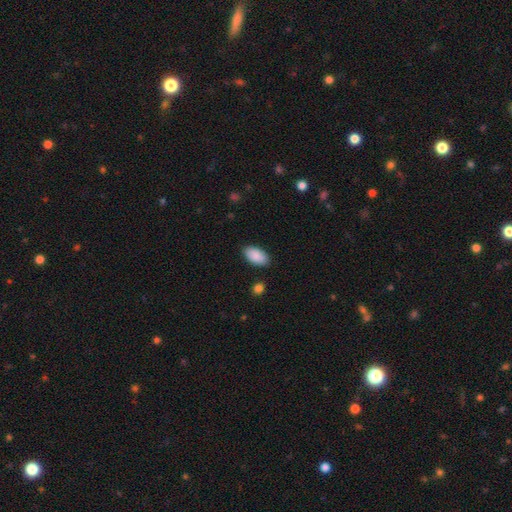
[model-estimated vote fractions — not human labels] Smooth or featured? Predicted: smooth (p=0.90). How rounded? Predicted: in between (p=0.95). Merging? Predicted: none (p=0.87).